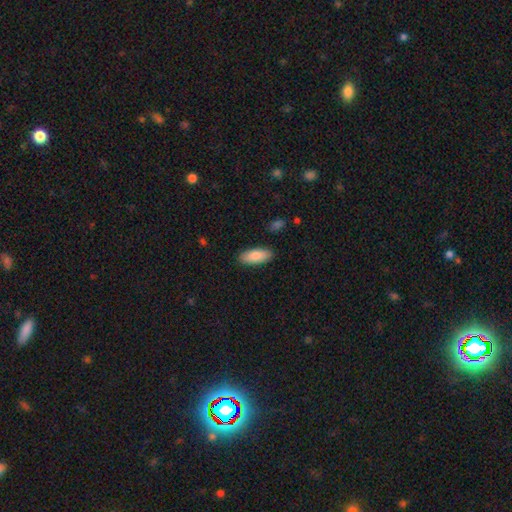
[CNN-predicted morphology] type=smooth (87%); roundness=in between (83%); merging=none (88%).